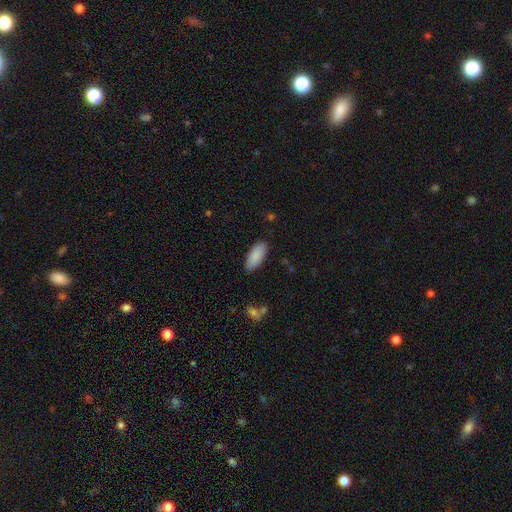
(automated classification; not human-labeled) Smooth or featured? smooth (89%)
How rounded? in between (84%)
Merging? none (86%)